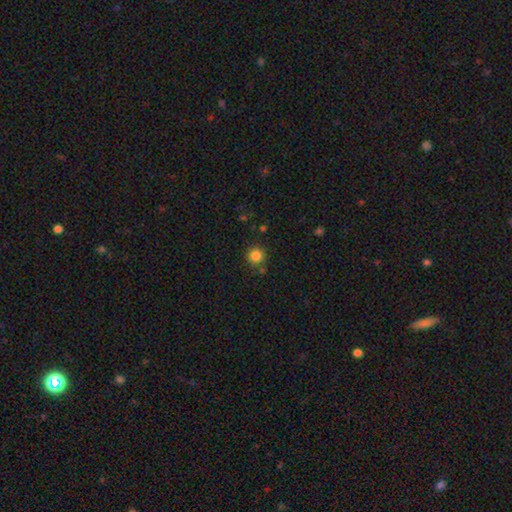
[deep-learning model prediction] smooth_or_featured: smooth (p=0.85) [alt: star or artifact p=0.11]
how_rounded: round (p=0.94) [alt: in between p=0.05]
merging: none (p=0.83) [alt: minor disturbance p=0.09]